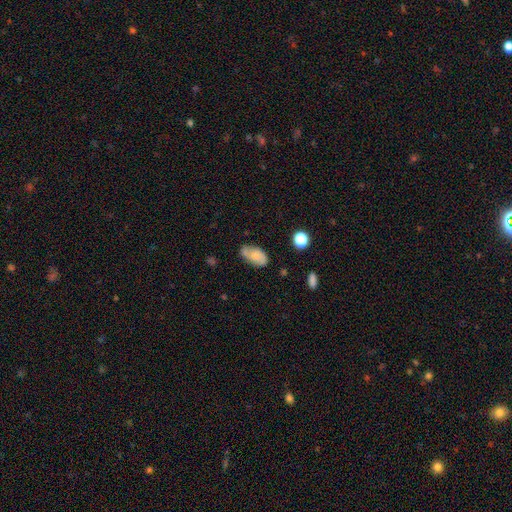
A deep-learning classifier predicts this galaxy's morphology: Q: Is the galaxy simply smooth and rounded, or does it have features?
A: smooth — 60%.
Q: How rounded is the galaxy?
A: in between — 92%.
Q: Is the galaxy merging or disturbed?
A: none — 58%.